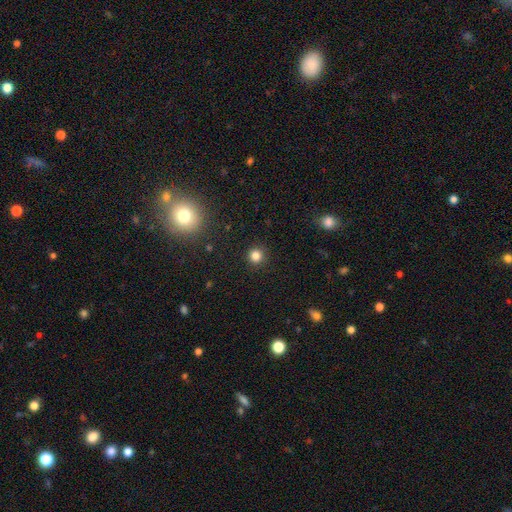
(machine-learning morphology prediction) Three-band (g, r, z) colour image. It shows a smooth galaxy with no disk features (82%) that is round (94%). Merging: none (92%).